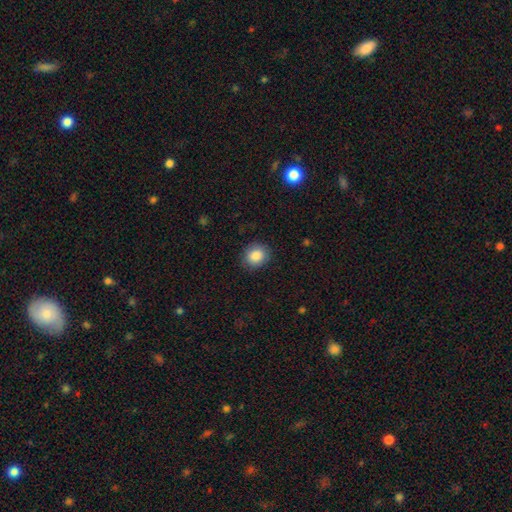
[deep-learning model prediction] Morphology: type=smooth (87%); roundness=round (67%); merging=none (87%).